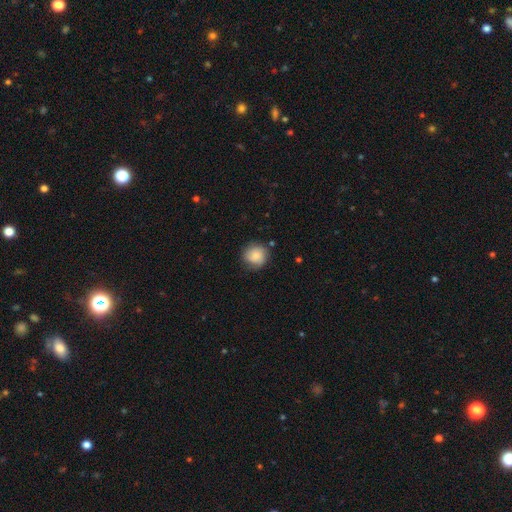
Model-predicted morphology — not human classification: smooth_or_featured: smooth (p=0.75) [alt: featured or disk p=0.17]
how_rounded: round (p=0.89) [alt: in between p=0.10]
merging: none (p=0.74) [alt: minor disturbance p=0.19]